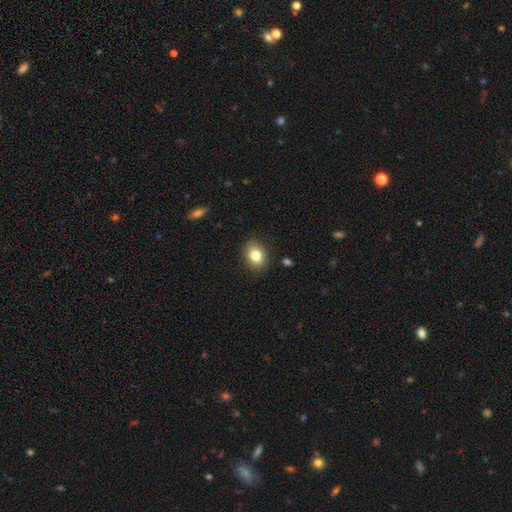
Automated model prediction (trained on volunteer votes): A smooth galaxy with no disk features (82%) that is in between round and cigar-shaped (63%).

Vote fractions:
- Smooth or featured? smooth: 82% / star or artifact: 9% / featured or disk: 9%
- How rounded? in between: 63% / round: 36% / cigar-shaped: 1%
- Merging? none: 86% / minor disturbance: 10% / major disturbance: 2% / merger: 1%